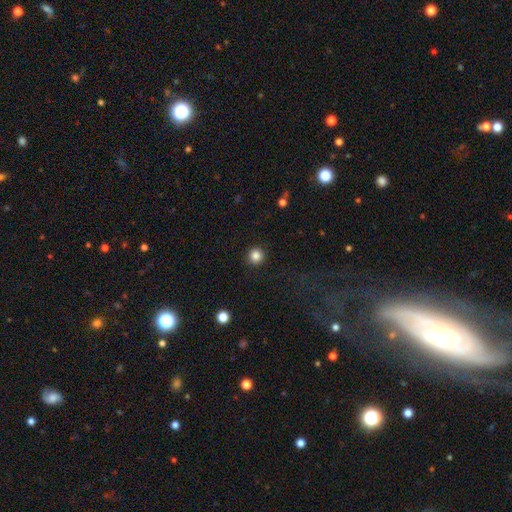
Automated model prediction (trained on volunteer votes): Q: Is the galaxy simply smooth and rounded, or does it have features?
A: smooth — 85%.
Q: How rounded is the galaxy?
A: round — 95%.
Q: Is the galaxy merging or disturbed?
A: none — 92%.